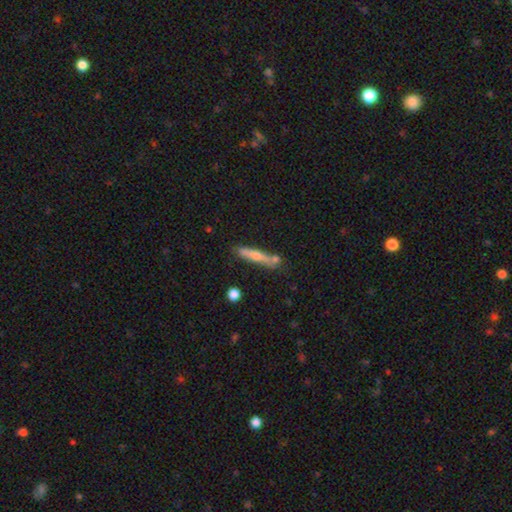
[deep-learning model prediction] A smooth galaxy with no disk features (51%) that is cigar-shaped (90%). Merging: none (68%).